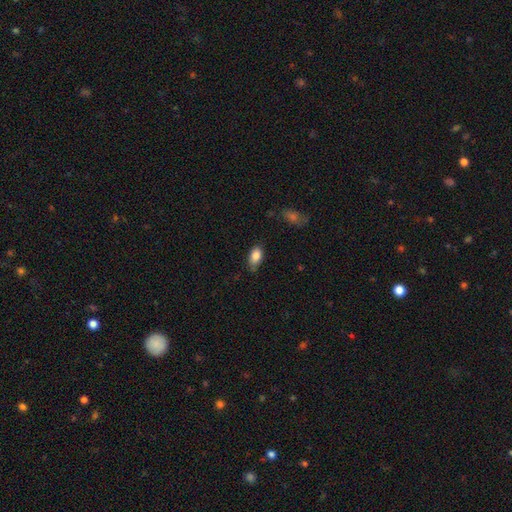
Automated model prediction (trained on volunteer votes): Smooth or featured? Predicted: smooth (p=0.85). How rounded? Predicted: in between (p=0.91). Merging? Predicted: none (p=0.67).